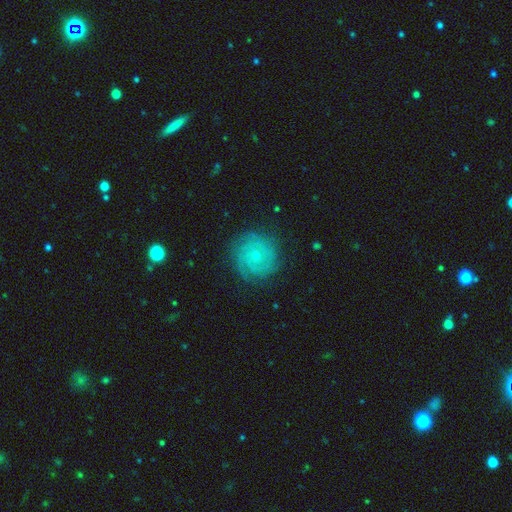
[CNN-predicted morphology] Smooth or featured?
  - featured or disk: 67% *
  - smooth: 24%
  - star or artifact: 9%
Edge-on disk?
  - no: 98% *
  - yes: 2%
Bar?
  - no: 84% *
  - weak: 13%
  - strong: 2%
Spiral arms?
  - yes: 90% *
  - no: 10%
Spiral winding?
  - tight: 76% *
  - medium: 18%
  - loose: 6%
Spiral arm count?
  - can't tell: 40% *
  - 2: 19%
  - 3: 18%
  - 4: 10%
  - more than 4: 6%
  - 1: 6%
Bulge size?
  - small: 79% *
  - moderate: 17%
  - none: 2%
  - large: 1%
  - dominant: 1%
Merging?
  - none: 81% *
  - minor disturbance: 13%
  - major disturbance: 5%
  - merger: 1%